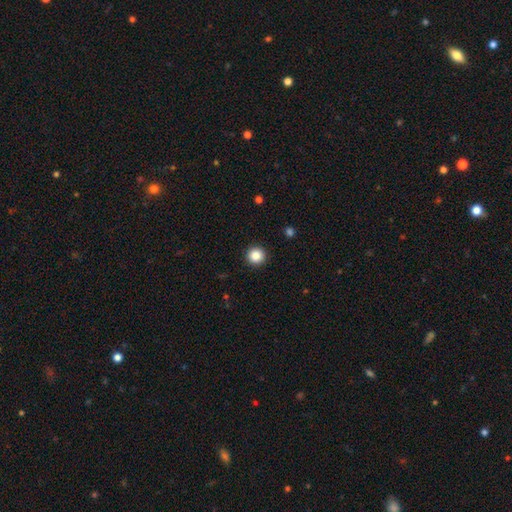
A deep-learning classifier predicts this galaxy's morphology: smooth_or_featured: smooth (p=0.87) [alt: star or artifact p=0.10]
how_rounded: round (p=0.95) [alt: in between p=0.04]
merging: none (p=0.93) [alt: minor disturbance p=0.05]